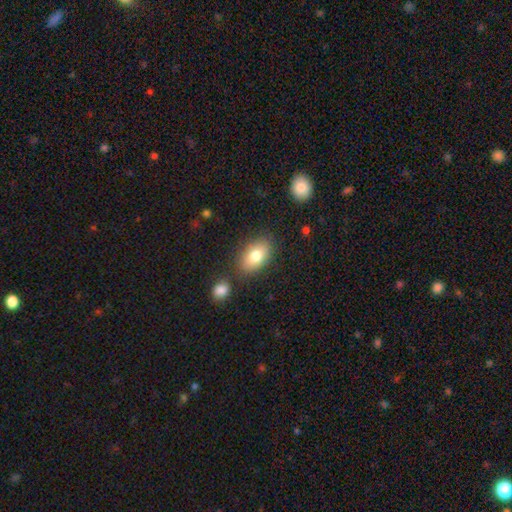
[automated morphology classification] smooth-or-featured: smooth: 80% | featured or disk: 13% | star or artifact: 7%
  how-rounded: in between: 91% | round: 7% | cigar-shaped: 2%
  merging: none: 78% | minor disturbance: 12% | merger: 7% | major disturbance: 3%